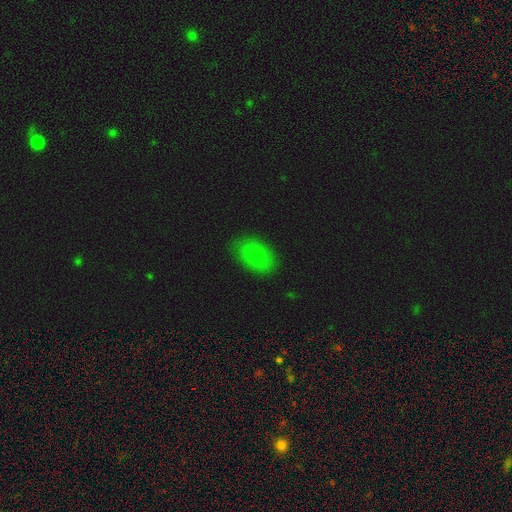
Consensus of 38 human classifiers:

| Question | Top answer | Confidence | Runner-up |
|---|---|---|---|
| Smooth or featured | smooth | 76% | featured or disk (18%) |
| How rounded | in between | 86% | round (14%) |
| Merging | none | 64% | minor disturbance (28%) |